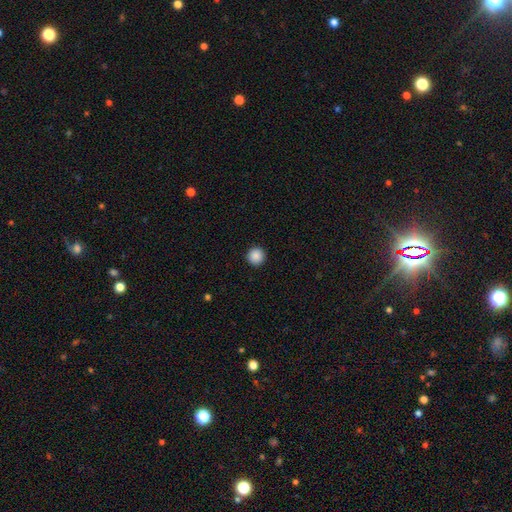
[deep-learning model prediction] Smooth or featured? Predicted: smooth (p=0.88). How rounded? Predicted: round (p=0.95). Merging? Predicted: none (p=0.93).